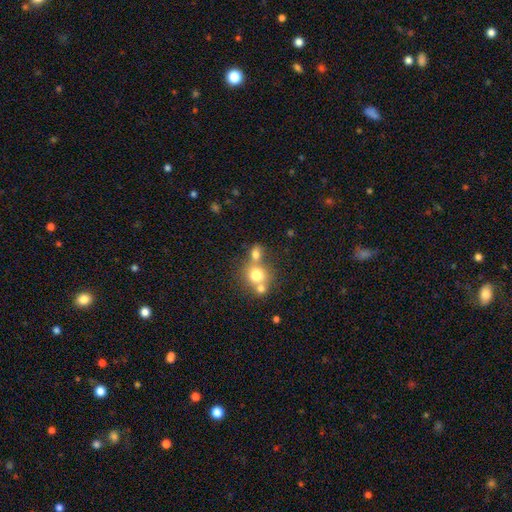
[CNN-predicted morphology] smooth 67%, star or artifact 17%, featured or disk 16%. Down the decision tree: how rounded — round (84%); merging — none (48%).